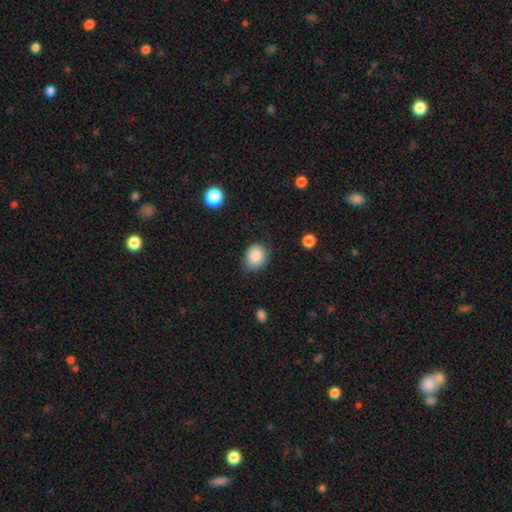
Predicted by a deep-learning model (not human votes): This appears to be a smooth galaxy with no disk features (87%) that is round (61%). Merging: none (74%).